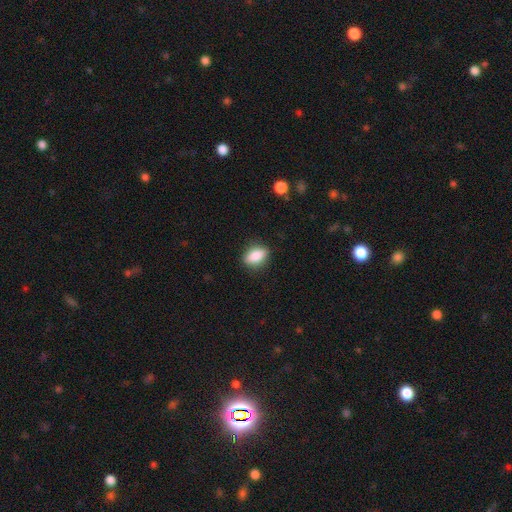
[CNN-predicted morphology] Smooth or featured? Predicted: smooth (p=0.82). How rounded? Predicted: in between (p=0.82). Merging? Predicted: none (p=0.84).